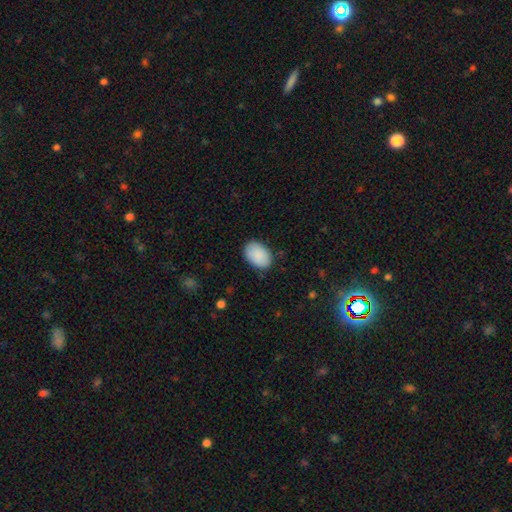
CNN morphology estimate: A smooth galaxy with no disk features (90%) that is in between round and cigar-shaped (85%). Merging: none (84%).